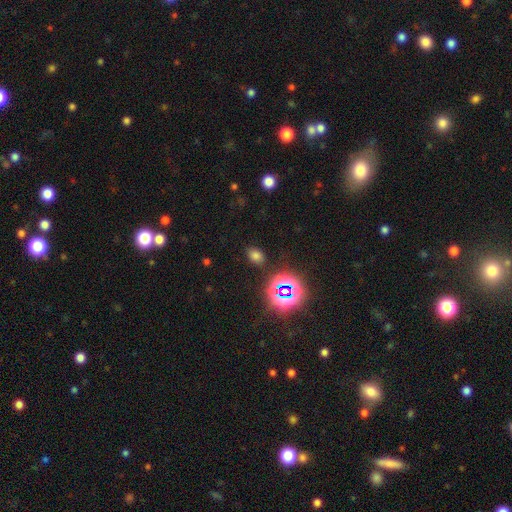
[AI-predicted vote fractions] Q: Smooth or featured?
A: smooth (66%); runner-up: star or artifact (27%)
Q: How rounded?
A: in between (68%); runner-up: round (30%)
Q: Merging?
A: none (85%); runner-up: minor disturbance (10%)